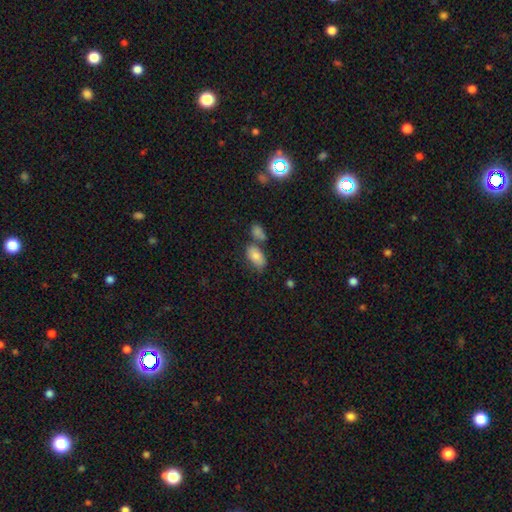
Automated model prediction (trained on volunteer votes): Overall: smooth (80%). How rounded: in between (92%). Merging: none (46%; merger 32%).